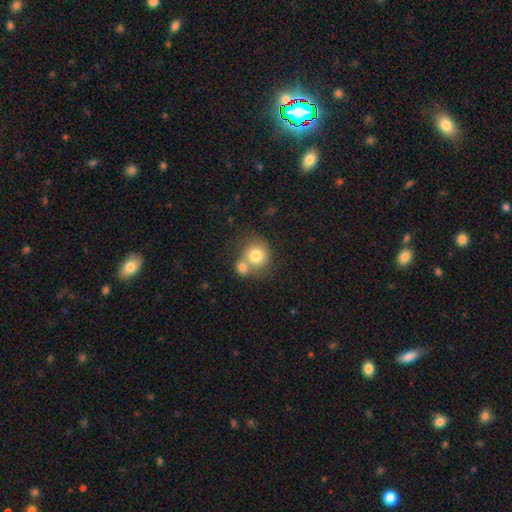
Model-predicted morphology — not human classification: smooth-or-featured: smooth: 76% | featured or disk: 15% | star or artifact: 9%
  how-rounded: round: 81% | in between: 18% | cigar-shaped: 1%
  merging: merger: 48% | none: 38% | minor disturbance: 9% | major disturbance: 4%